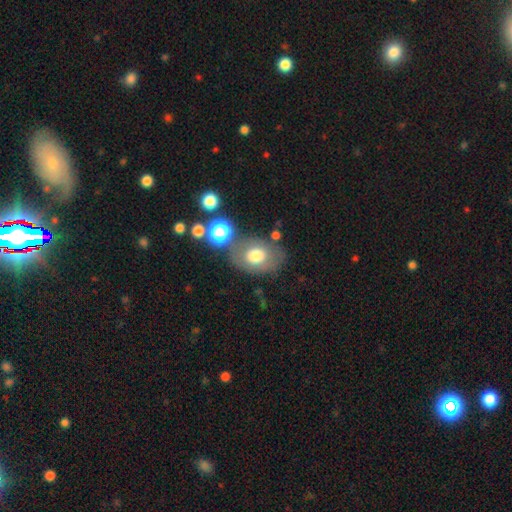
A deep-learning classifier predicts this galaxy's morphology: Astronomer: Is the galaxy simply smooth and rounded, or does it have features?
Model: smooth — 67%.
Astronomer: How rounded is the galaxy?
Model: in between — 72%.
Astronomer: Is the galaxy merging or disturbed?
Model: none — 65%.